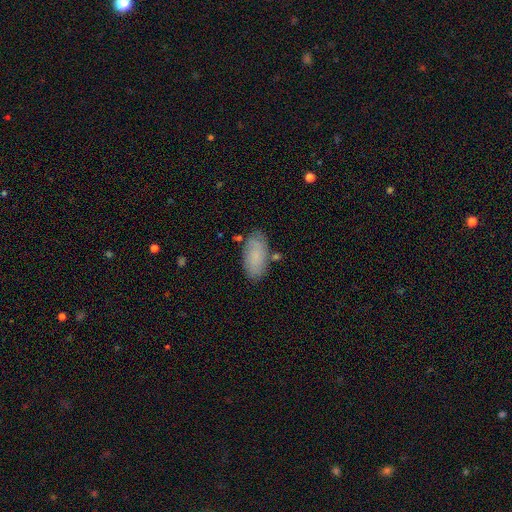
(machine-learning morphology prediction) Q: Smooth or featured?
A: smooth (76%); runner-up: featured or disk (17%)
Q: How rounded?
A: in between (91%); runner-up: cigar-shaped (6%)
Q: Merging?
A: none (74%); runner-up: minor disturbance (17%)